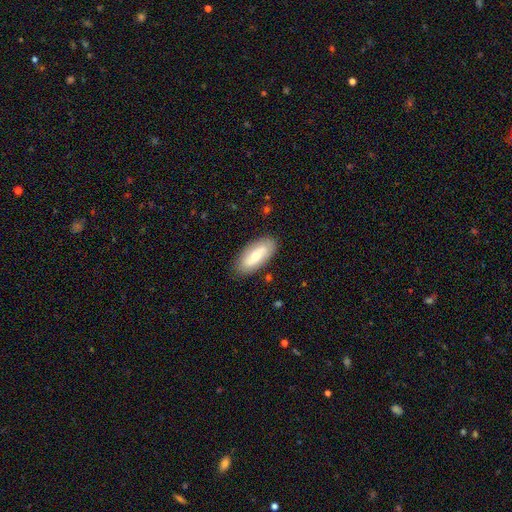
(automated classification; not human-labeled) Overall: smooth (55%; featured or disk 39%). How rounded: in between (87%). Merging: none (85%).